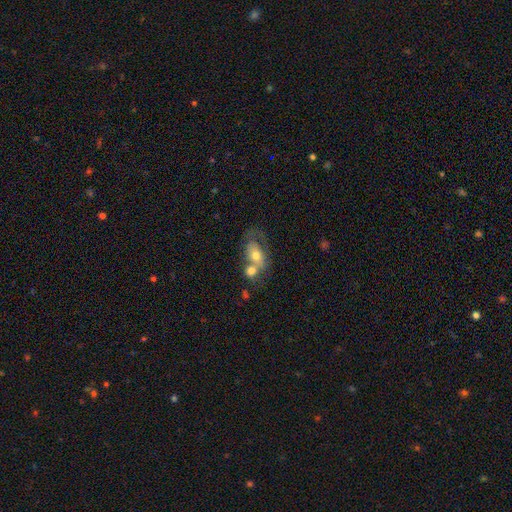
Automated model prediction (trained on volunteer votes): Smooth or featured? featured or disk (46%)
Merging? merger (60%)